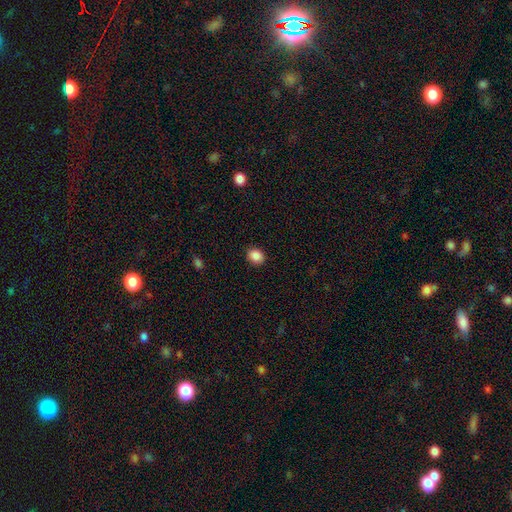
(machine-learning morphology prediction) This appears to be a smooth galaxy with no disk features (87%) that is round (56%). Merging: none (90%).